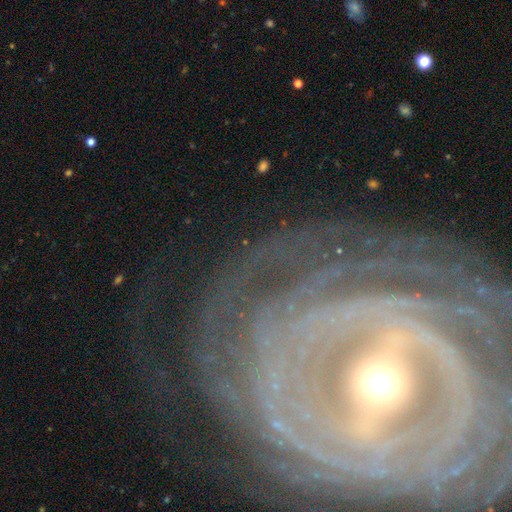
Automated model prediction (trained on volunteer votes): Q: Smooth or featured?
A: featured or disk (88%); runner-up: star or artifact (7%)
Q: Edge-on disk?
A: no (95%); runner-up: yes (5%)
Q: Bar?
A: strong (52%); runner-up: weak (26%)
Q: Spiral arms?
A: yes (95%); runner-up: no (5%)
Q: Spiral winding?
A: tight (84%); runner-up: medium (12%)
Q: Spiral arm count?
A: can't tell (26%); runner-up: more than 4 (23%)
Q: Bulge size?
A: moderate (53%); runner-up: small (41%)
Q: Merging?
A: none (78%); runner-up: minor disturbance (13%)